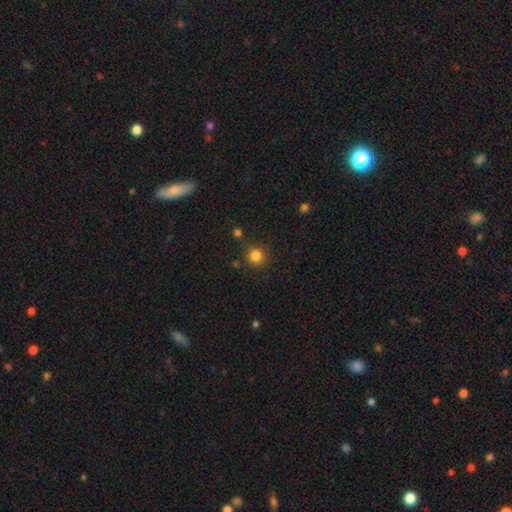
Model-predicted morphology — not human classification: Overall: smooth (83%). How rounded: round (91%). Merging: none (83%).